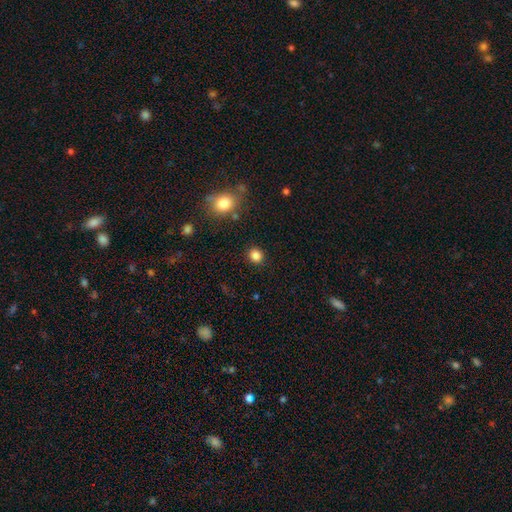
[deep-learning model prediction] A smooth galaxy with no disk features (85%) that is round (81%). Merging: none (89%).